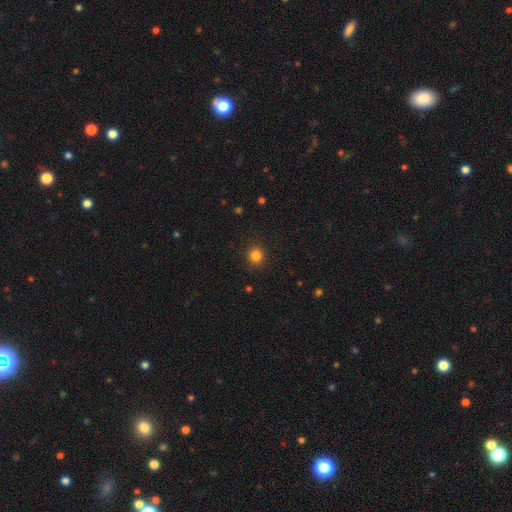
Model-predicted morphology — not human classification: Q: Smooth or featured?
A: smooth (83%); runner-up: star or artifact (13%)
Q: How rounded?
A: round (91%); runner-up: in between (8%)
Q: Merging?
A: none (90%); runner-up: minor disturbance (6%)